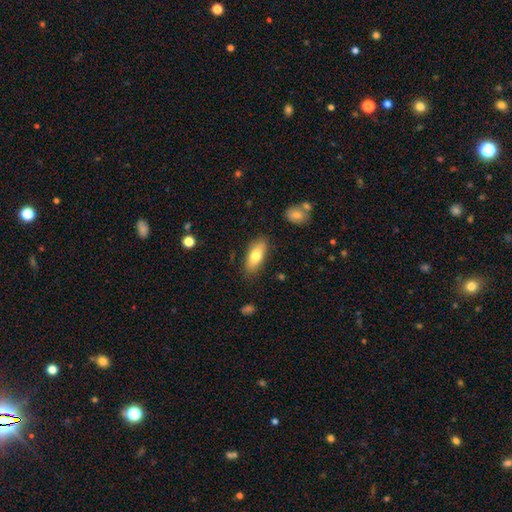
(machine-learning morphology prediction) A smooth galaxy with no disk features (75%) that is in between round and cigar-shaped (78%). Merging: none (84%).